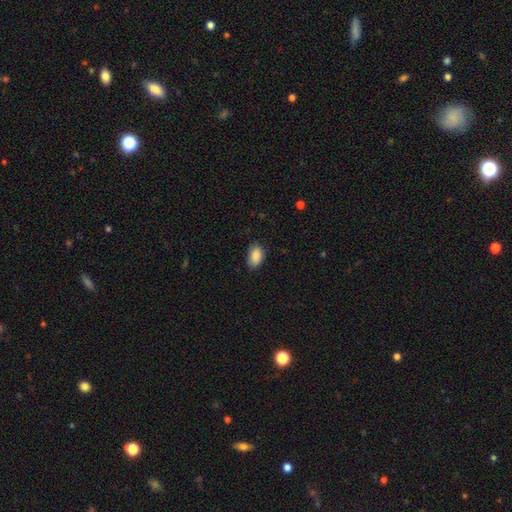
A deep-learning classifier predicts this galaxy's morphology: The model was most divided on "merging": none: 78%, minor disturbance: 18%, major disturbance: 3%, merger: 1%. More confident: how rounded — in between (91%); smooth or featured — smooth (88%).